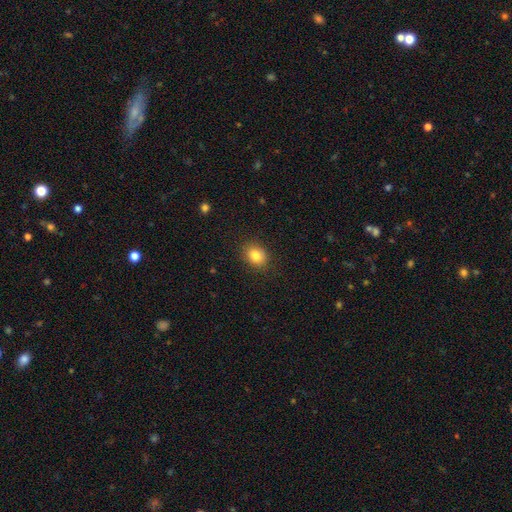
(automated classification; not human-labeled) A smooth galaxy with no disk features (83%) that is round (51%).

Vote fractions:
- Smooth or featured? smooth: 83% / star or artifact: 10% / featured or disk: 7%
- How rounded? round: 51% / in between: 48% / cigar-shaped: 1%
- Merging? none: 88% / minor disturbance: 9% / major disturbance: 2% / merger: 1%